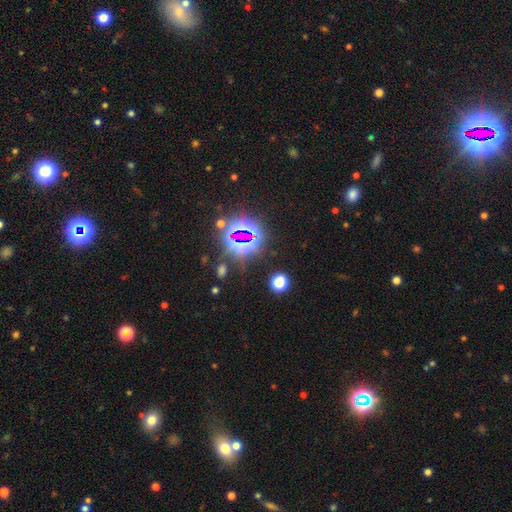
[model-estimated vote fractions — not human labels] Q: Smooth or featured?
A: star or artifact (82%); runner-up: smooth (11%)